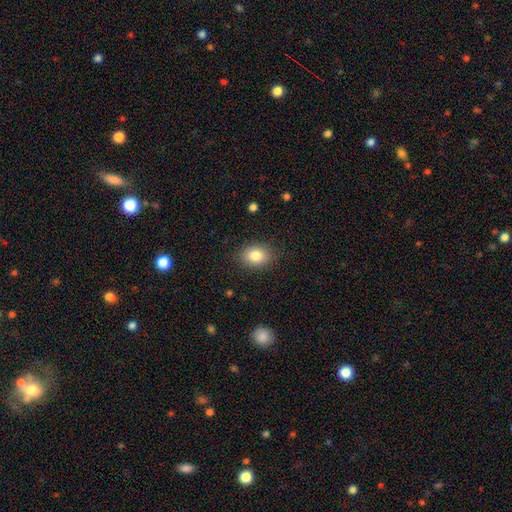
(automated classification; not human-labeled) Morphology: type=smooth (84%); roundness=in between (68%); merging=none (86%).